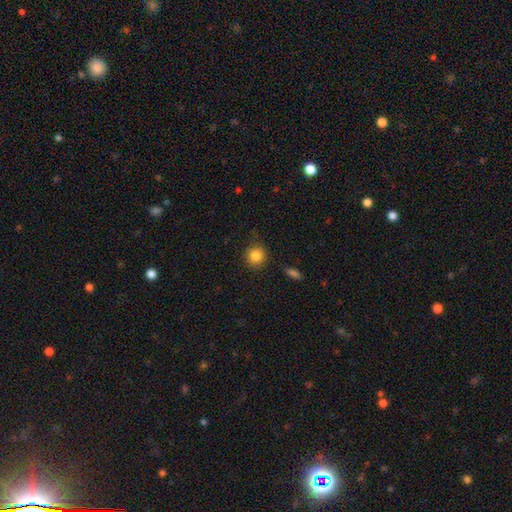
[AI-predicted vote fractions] This is clearly a smooth galaxy (85%). How rounded: clearly round (89%). Merging: clearly none (86%).